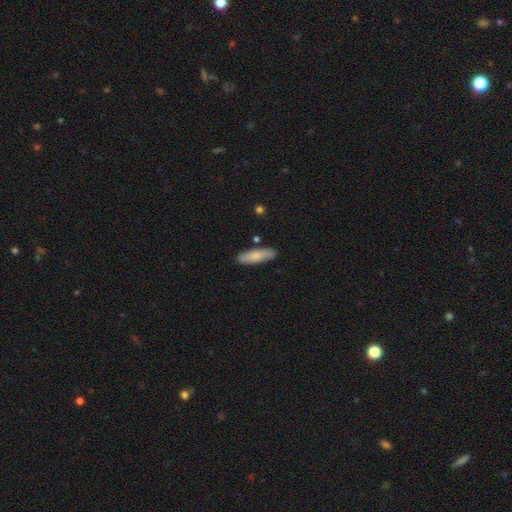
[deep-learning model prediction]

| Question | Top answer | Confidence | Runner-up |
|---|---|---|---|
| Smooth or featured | smooth | 79% | featured or disk (16%) |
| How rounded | cigar-shaped | 63% | in between (36%) |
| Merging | none | 86% | minor disturbance (10%) |